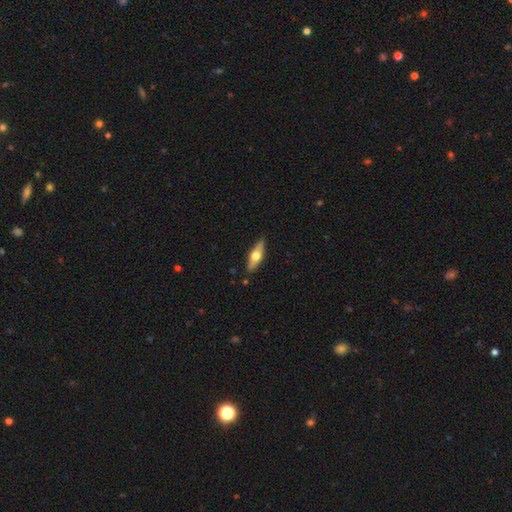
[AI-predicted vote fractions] A featured or disk galaxy (51%) viewed edge-on (89%).

Vote fractions:
- Smooth or featured? featured or disk: 51% / smooth: 44% / star or artifact: 6%
- Edge-on disk? yes: 89% / no: 11%
- Merging? none: 87% / minor disturbance: 10% / major disturbance: 2% / merger: 1%